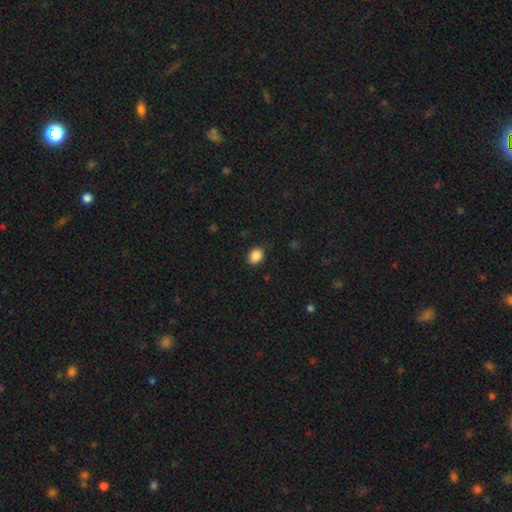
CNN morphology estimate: Smooth or featured? smooth (88%)
How rounded? in between (57%)
Merging? none (88%)